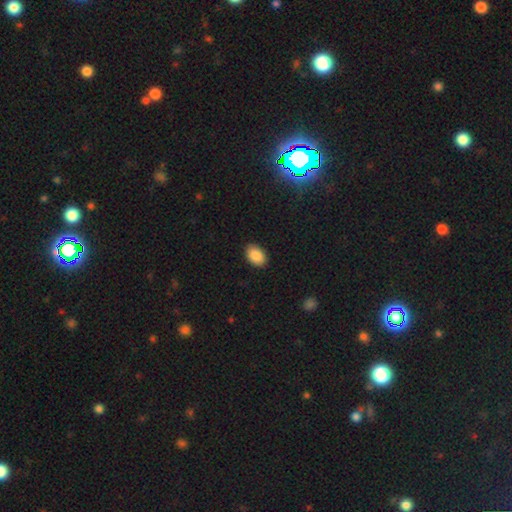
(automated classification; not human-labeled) This is clearly a smooth galaxy (89%). How rounded: clearly in between (88%). Merging: clearly none (89%).